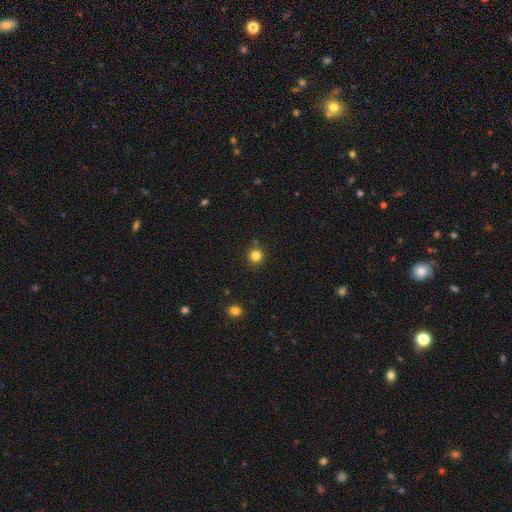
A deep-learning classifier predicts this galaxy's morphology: A smooth galaxy with no disk features (82%) that is round (95%).

Vote fractions:
- Smooth or featured? smooth: 82% / star or artifact: 13% / featured or disk: 5%
- How rounded? round: 95% / in between: 4% / cigar-shaped: 1%
- Merging? none: 89% / minor disturbance: 6% / merger: 4% / major disturbance: 2%